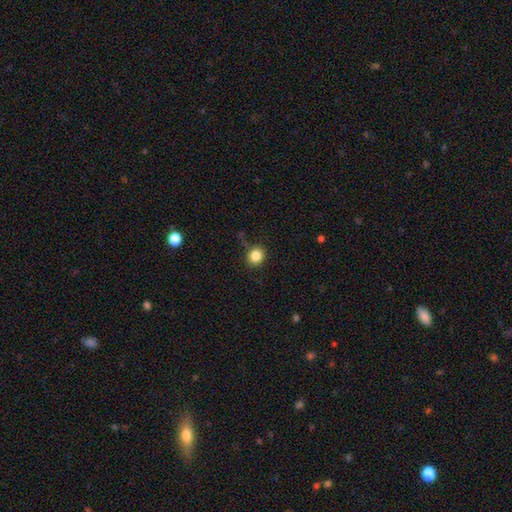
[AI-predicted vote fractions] Smooth or featured? smooth (84%)
How rounded? round (82%)
Merging? none (83%)